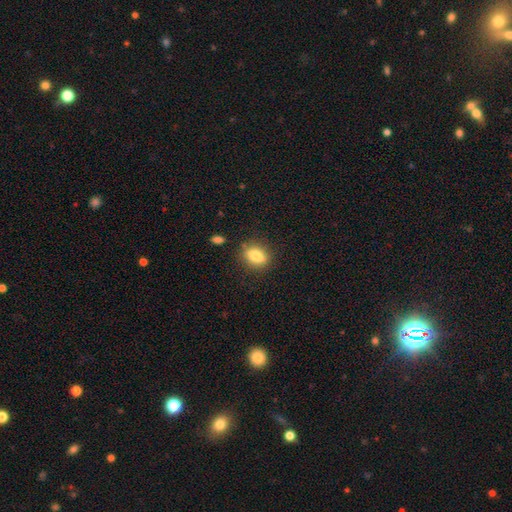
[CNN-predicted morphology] This appears to be a smooth galaxy with no disk features (77%) that is in between round and cigar-shaped (67%). Merging: none (83%).